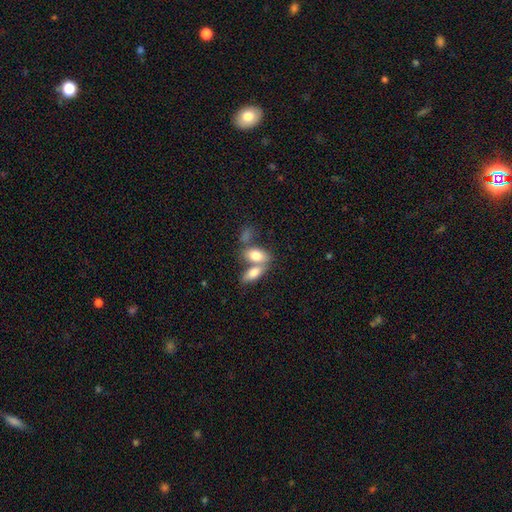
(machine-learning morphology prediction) This appears to be a smooth galaxy with no disk features (78%) that is in between round and cigar-shaped (88%). Merging: merger (60%).